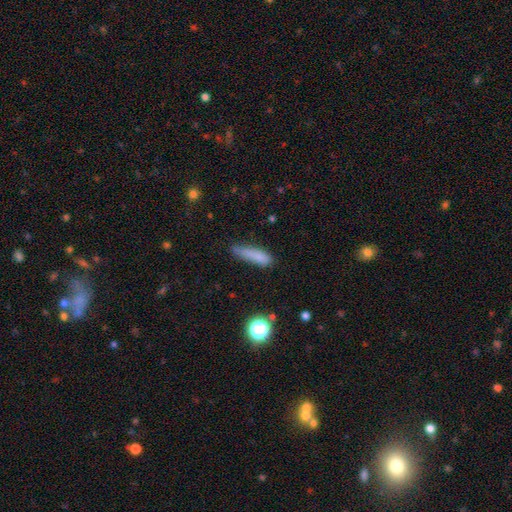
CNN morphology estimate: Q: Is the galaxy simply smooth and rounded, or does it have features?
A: smooth — 79%.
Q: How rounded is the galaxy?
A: cigar-shaped — 81%.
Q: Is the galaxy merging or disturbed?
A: none — 63%.